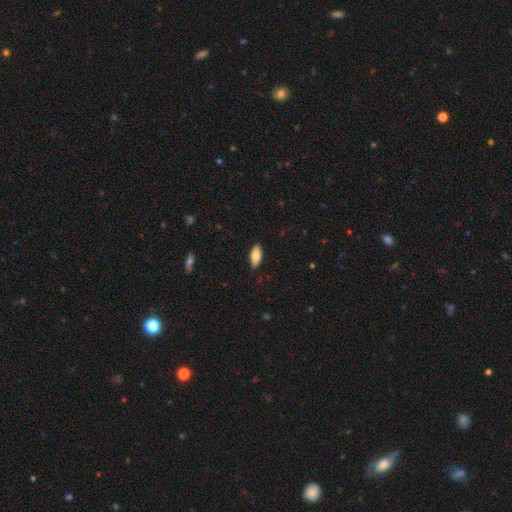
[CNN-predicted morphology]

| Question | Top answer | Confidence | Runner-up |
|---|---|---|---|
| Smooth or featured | smooth | 82% | featured or disk (12%) |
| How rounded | in between | 82% | cigar-shaped (16%) |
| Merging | none | 86% | minor disturbance (11%) |